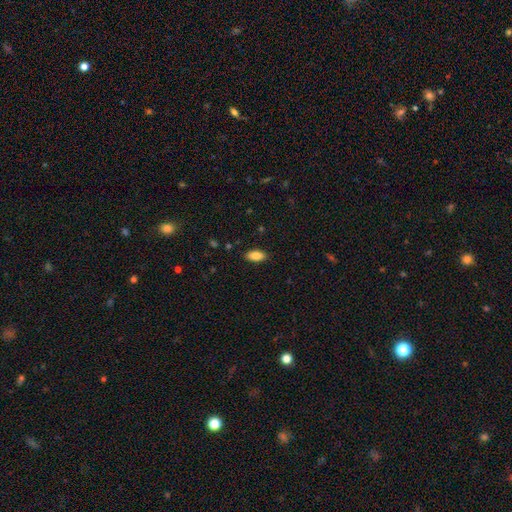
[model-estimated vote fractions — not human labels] Smooth or featured? Predicted: smooth (p=0.86). How rounded? Predicted: in between (p=0.87). Merging? Predicted: none (p=0.87).